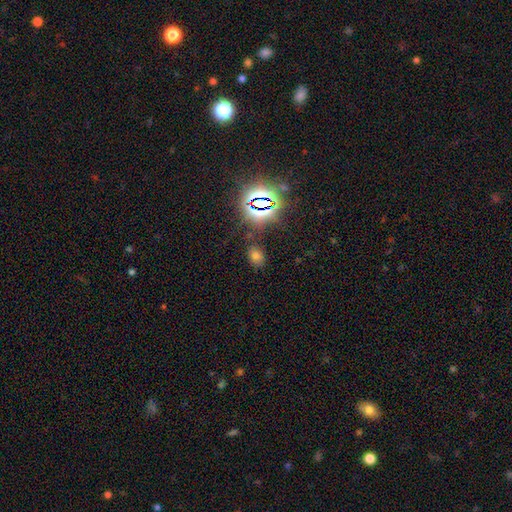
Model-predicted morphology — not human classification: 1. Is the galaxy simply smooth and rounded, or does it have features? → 53% smooth, 39% star or artifact, 8% featured or disk.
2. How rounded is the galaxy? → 67% in between, 31% round, 2% cigar-shaped.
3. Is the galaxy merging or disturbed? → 78% none, 13% minor disturbance, 5% major disturbance, 4% merger.